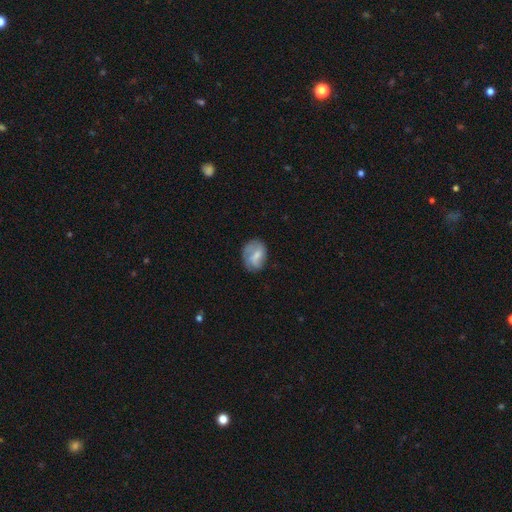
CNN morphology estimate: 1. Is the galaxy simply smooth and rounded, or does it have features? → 54% smooth, 39% featured or disk, 7% star or artifact.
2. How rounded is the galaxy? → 64% in between, 34% round, 2% cigar-shaped.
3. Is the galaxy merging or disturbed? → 60% none, 26% minor disturbance, 12% major disturbance, 2% merger.